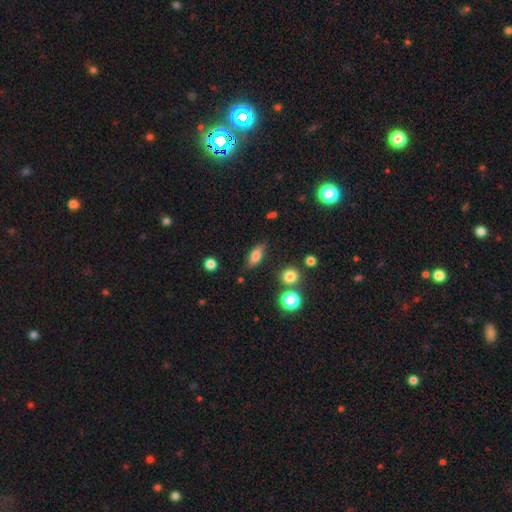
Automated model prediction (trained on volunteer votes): Q: Smooth or featured?
A: smooth (75%); runner-up: featured or disk (16%)
Q: How rounded?
A: in between (75%); runner-up: cigar-shaped (18%)
Q: Merging?
A: none (80%); runner-up: minor disturbance (14%)